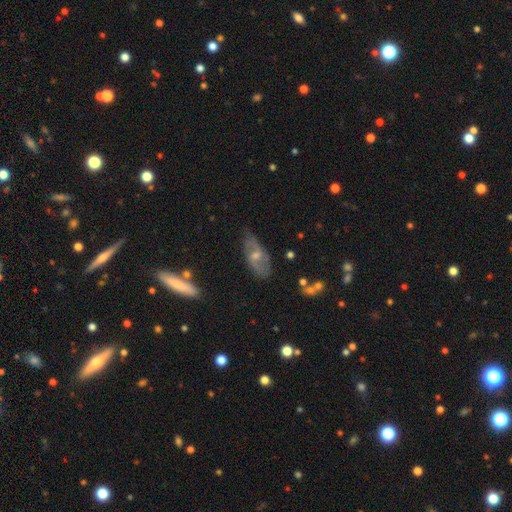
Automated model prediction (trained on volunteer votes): smooth-or-featured: featured or disk: 62% | smooth: 29% | star or artifact: 9%
  disk-edge-on: no: 85% | yes: 15%
    bar: no: 52% | weak: 38% | strong: 10%
    has-spiral-arms: yes: 72% | no: 28%
    bulge-size: moderate: 48% | small: 46% | none: 3% | large: 2% | dominant: 1%
  merging: none: 68% | minor disturbance: 23% | major disturbance: 7% | merger: 3%